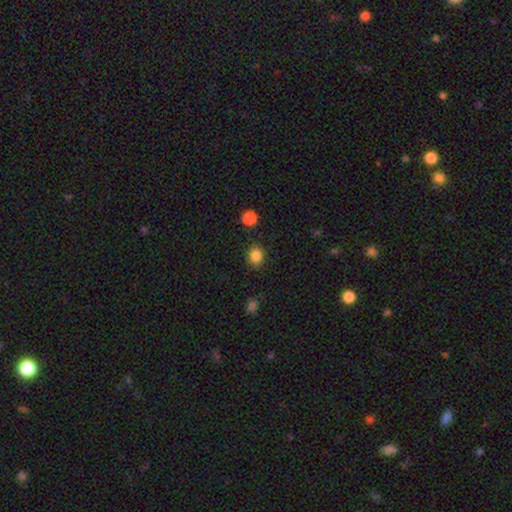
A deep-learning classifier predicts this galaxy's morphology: This is clearly a smooth galaxy (86%). How rounded: likely round (69%). Merging: clearly none (85%).